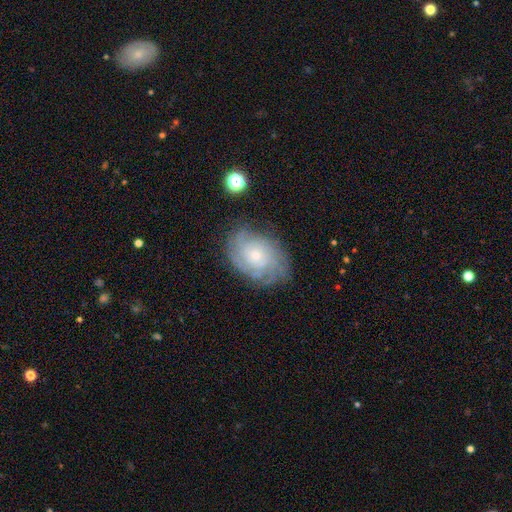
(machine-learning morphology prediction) Q: Smooth or featured?
A: featured or disk (79%); runner-up: smooth (14%)
Q: Edge-on disk?
A: no (97%); runner-up: yes (3%)
Q: Bar?
A: no (79%); runner-up: weak (18%)
Q: Spiral arms?
A: yes (95%); runner-up: no (5%)
Q: Spiral winding?
A: tight (73%); runner-up: medium (22%)
Q: Spiral arm count?
A: can't tell (41%); runner-up: 4 (18%)
Q: Bulge size?
A: small (71%); runner-up: moderate (24%)
Q: Merging?
A: none (75%); runner-up: minor disturbance (17%)